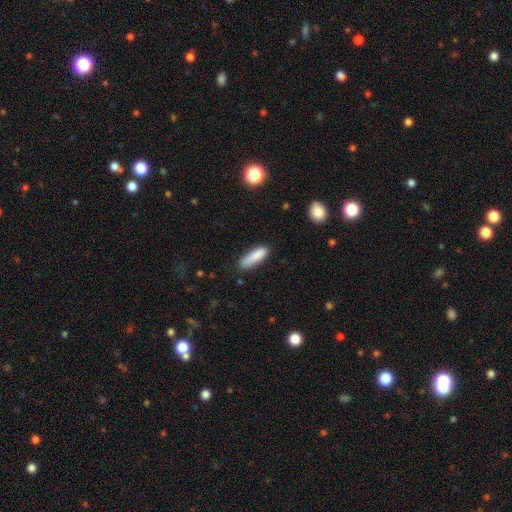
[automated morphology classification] Smooth or featured? Predicted: smooth (p=0.86). How rounded? Predicted: cigar-shaped (p=0.61). Merging? Predicted: none (p=0.75).